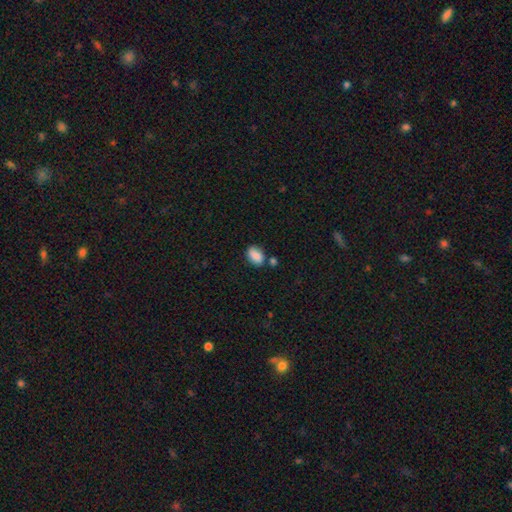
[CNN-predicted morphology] smooth-or-featured: smooth: 87% | star or artifact: 8% | featured or disk: 5%
  how-rounded: in between: 86% | round: 12% | cigar-shaped: 2%
  merging: none: 70% | minor disturbance: 16% | merger: 11% | major disturbance: 3%